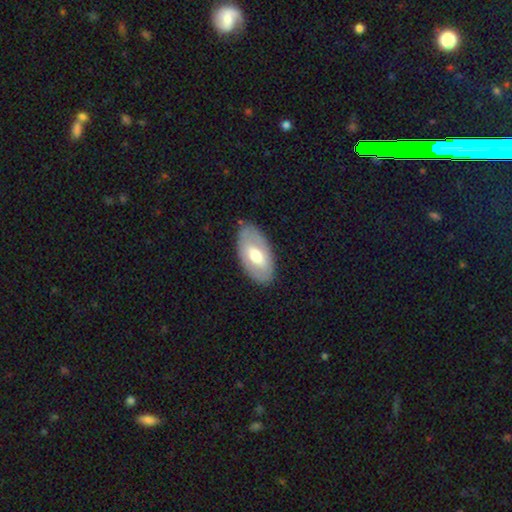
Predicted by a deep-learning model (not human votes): Morphology: type=smooth (53%); roundness=in between (94%); merging=none (83%).